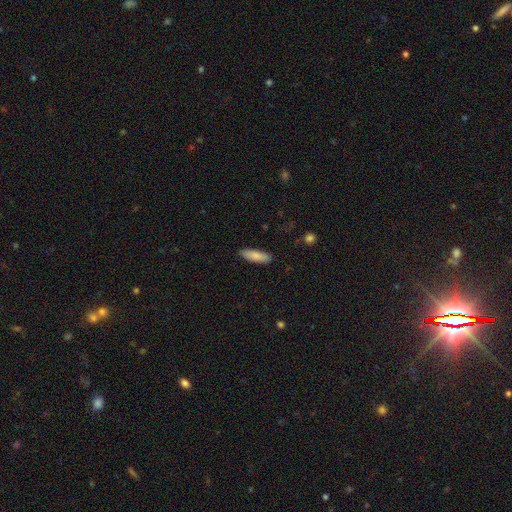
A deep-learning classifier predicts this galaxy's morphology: type=smooth (86%); roundness=cigar-shaped (49%, tied with in between); merging=none (88%).